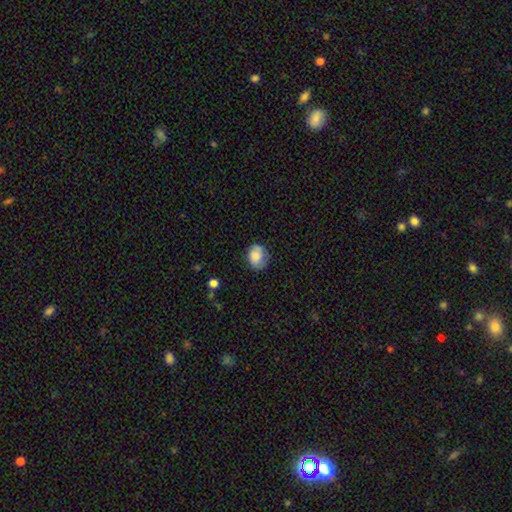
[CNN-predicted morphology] smooth 76%, featured or disk 16%, star or artifact 8%. Down the decision tree: how rounded — in between (52%); merging — none (70%).